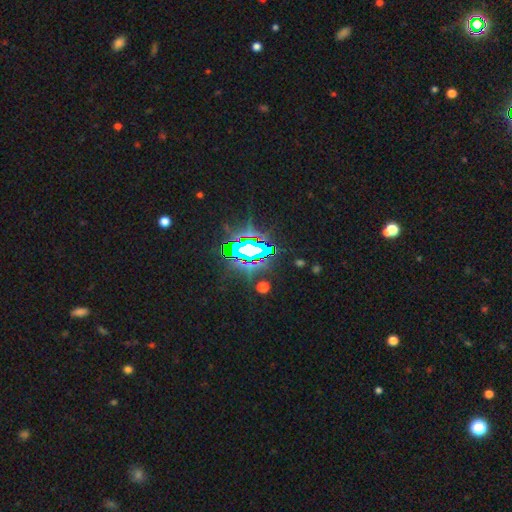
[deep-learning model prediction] smooth_or_featured: star or artifact (p=0.75) [alt: featured or disk p=0.13]